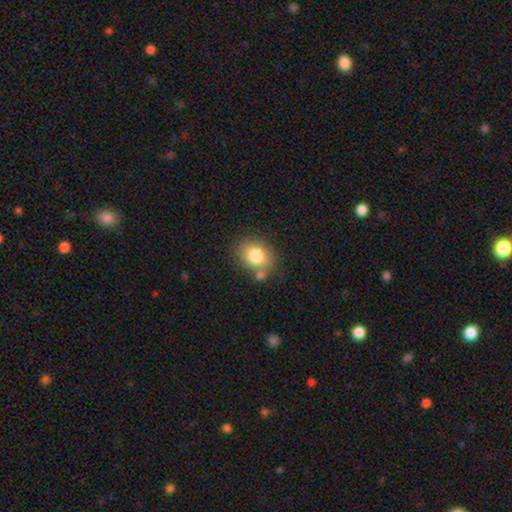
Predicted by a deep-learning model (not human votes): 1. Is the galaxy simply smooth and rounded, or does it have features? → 81% smooth, 10% featured or disk, 9% star or artifact.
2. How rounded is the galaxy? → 50% in between, 49% round, 1% cigar-shaped.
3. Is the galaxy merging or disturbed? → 70% none, 14% minor disturbance, 12% merger, 4% major disturbance.